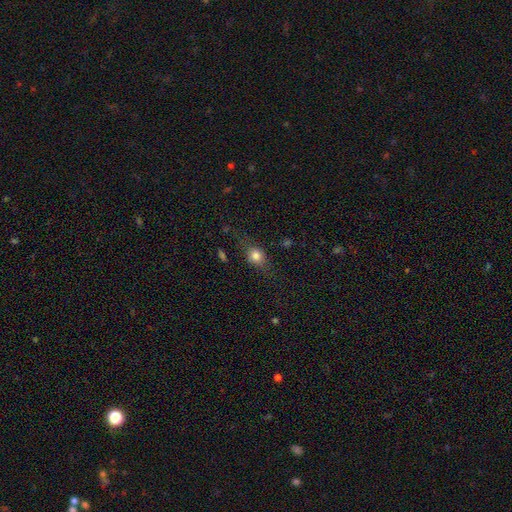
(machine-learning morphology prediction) A smooth galaxy with no disk features (72%) that is round (48%). Merging: none (68%).